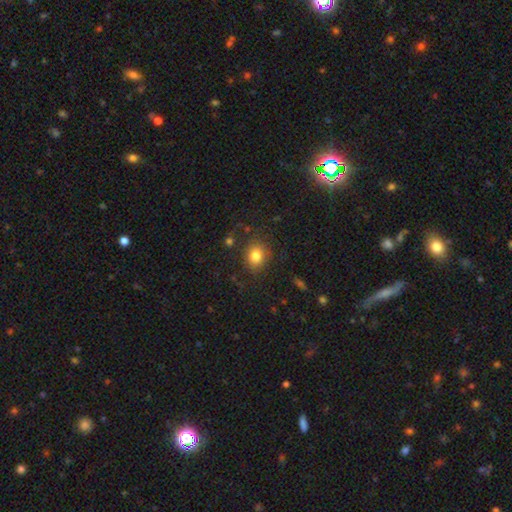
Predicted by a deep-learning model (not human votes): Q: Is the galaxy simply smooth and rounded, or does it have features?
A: smooth — 81%.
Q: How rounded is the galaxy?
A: round — 66%.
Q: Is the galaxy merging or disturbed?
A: none — 82%.